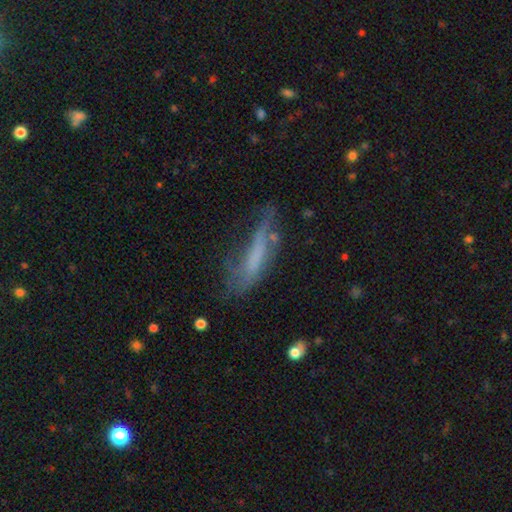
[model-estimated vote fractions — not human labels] The model was most divided on "smooth or featured": smooth: 48%, featured or disk: 41%, star or artifact: 12%. Remaining: merging — none (39%).